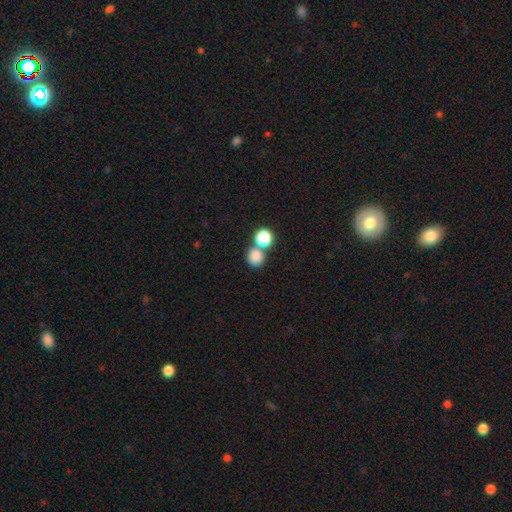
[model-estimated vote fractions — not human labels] smooth_or_featured: smooth (p=0.82) [alt: star or artifact p=0.12]
how_rounded: round (p=0.88) [alt: in between p=0.11]
merging: none (p=0.56) [alt: merger p=0.34]